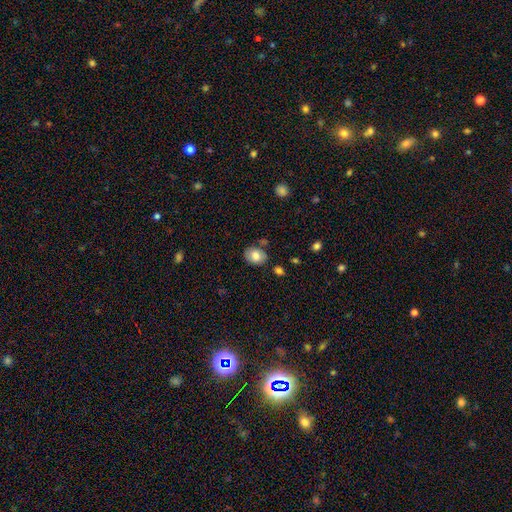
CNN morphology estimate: The model was most divided on "how rounded": in between: 64%, round: 35%, cigar-shaped: 1%. More confident: smooth or featured — smooth (78%); merging — none (75%).